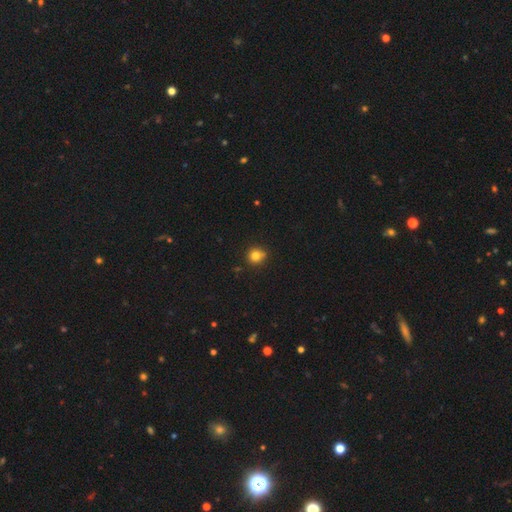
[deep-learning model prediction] Overall: smooth (80%). How rounded: round (88%). Merging: none (79%).